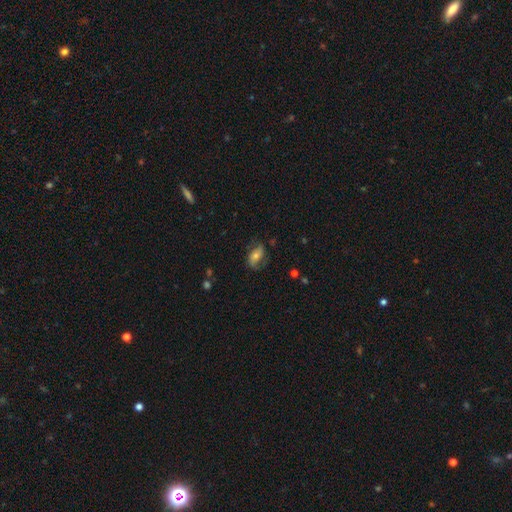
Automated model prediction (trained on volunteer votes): The model was most divided on "smooth or featured": featured or disk: 51%, smooth: 40%, star or artifact: 9%. More confident: edge-on disk — no (92%); merging — none (65%).